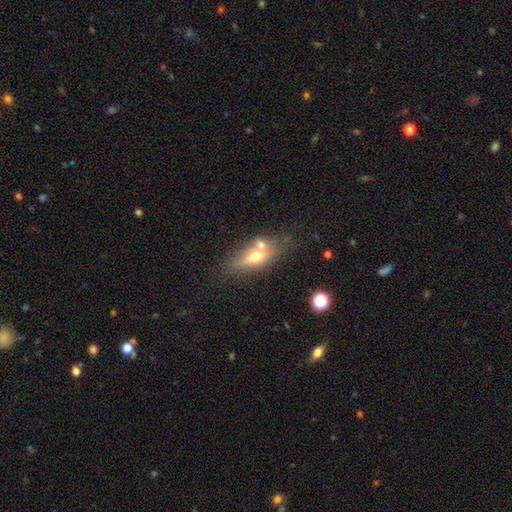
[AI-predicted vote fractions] This is possibly a smooth galaxy (55%). How rounded: likely in between (68%). Merging: possibly none (46%).